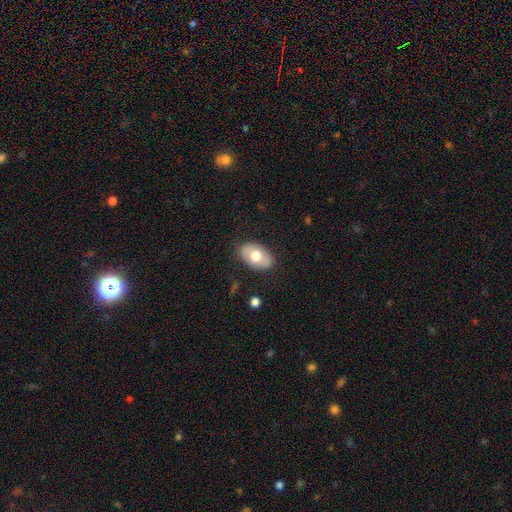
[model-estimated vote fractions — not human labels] Smooth or featured?
  - smooth: 67% *
  - featured or disk: 27%
  - star or artifact: 6%
How rounded?
  - in between: 90% *
  - round: 9%
  - cigar-shaped: 1%
Merging?
  - none: 83% *
  - minor disturbance: 13%
  - major disturbance: 3%
  - merger: 1%